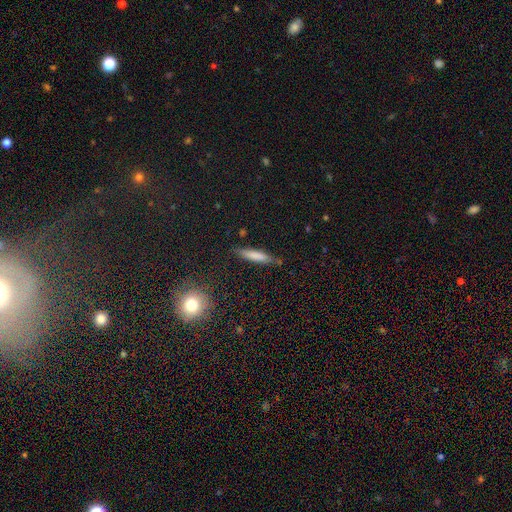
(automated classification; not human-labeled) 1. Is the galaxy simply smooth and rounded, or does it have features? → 73% smooth, 19% featured or disk, 8% star or artifact.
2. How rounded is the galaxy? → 87% cigar-shaped, 11% in between, 2% round.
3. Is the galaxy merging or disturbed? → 79% none, 15% minor disturbance, 3% major disturbance, 3% merger.